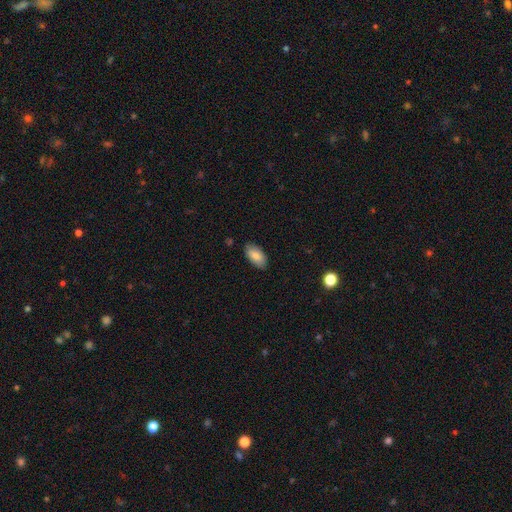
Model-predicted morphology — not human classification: Smooth or featured? Predicted: smooth (p=0.83). How rounded? Predicted: in between (p=0.94). Merging? Predicted: none (p=0.85).